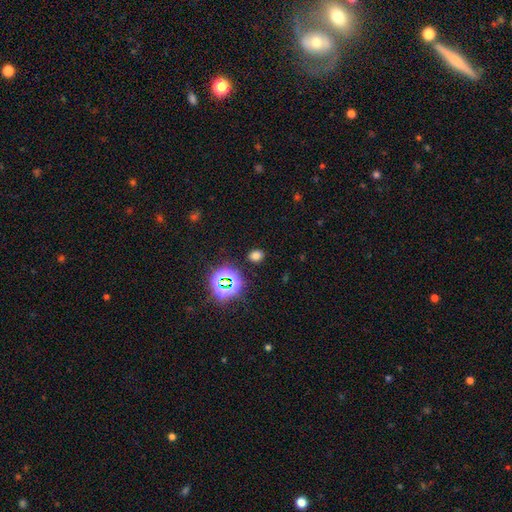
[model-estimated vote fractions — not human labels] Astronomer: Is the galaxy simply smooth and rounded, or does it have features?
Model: smooth — 65%.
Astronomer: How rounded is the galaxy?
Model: round — 54% (runner-up: in between, 44%).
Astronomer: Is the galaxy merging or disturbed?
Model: none — 86%.